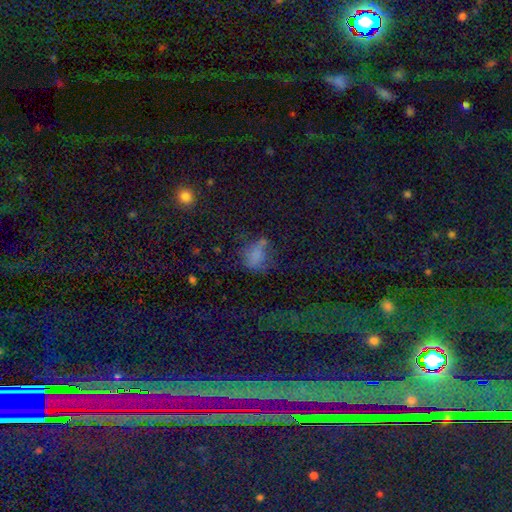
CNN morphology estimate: type=smooth (56%); roundness=in between (65%); merging=none (38%).